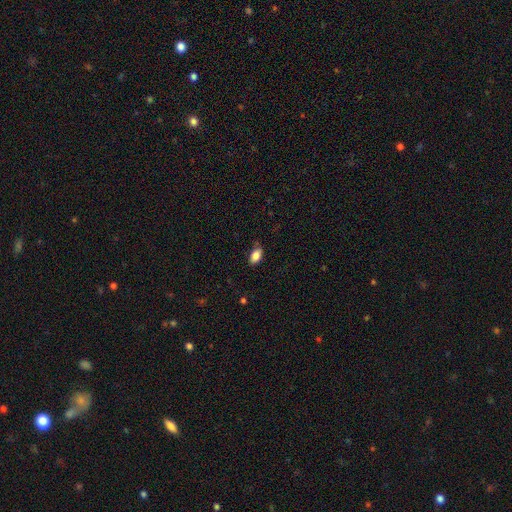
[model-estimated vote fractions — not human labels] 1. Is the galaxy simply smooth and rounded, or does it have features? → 85% smooth, 8% star or artifact, 7% featured or disk.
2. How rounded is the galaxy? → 91% in between, 5% round, 3% cigar-shaped.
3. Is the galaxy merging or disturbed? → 80% none, 16% minor disturbance, 3% major disturbance, 1% merger.